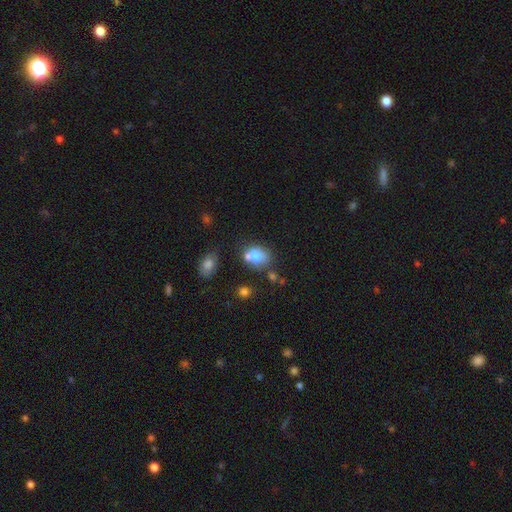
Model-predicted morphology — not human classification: smooth 72%, featured or disk 17%, star or artifact 11%. Down the decision tree: how rounded — round (50%); merging — none (44%).